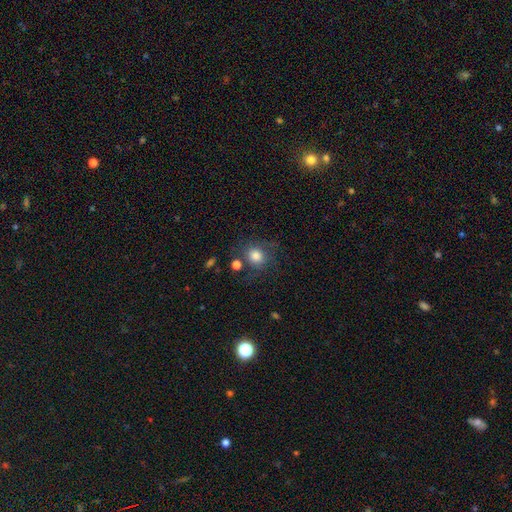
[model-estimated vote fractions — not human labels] Morphology: type=smooth (77%); roundness=round (81%); merging=none (62%).